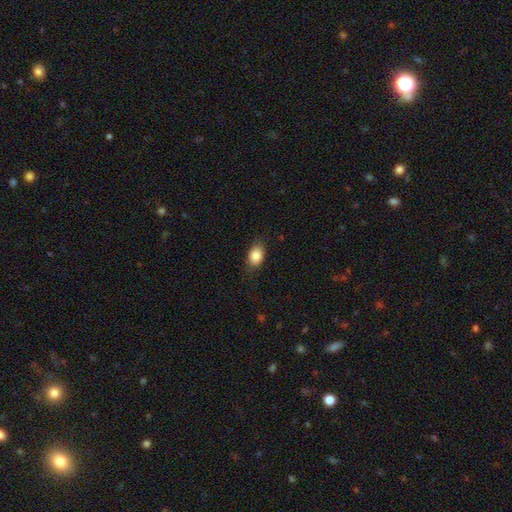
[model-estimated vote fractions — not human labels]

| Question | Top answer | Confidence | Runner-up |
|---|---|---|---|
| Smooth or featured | smooth | 86% | star or artifact (8%) |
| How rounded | in between | 82% | round (16%) |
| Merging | none | 80% | minor disturbance (15%) |